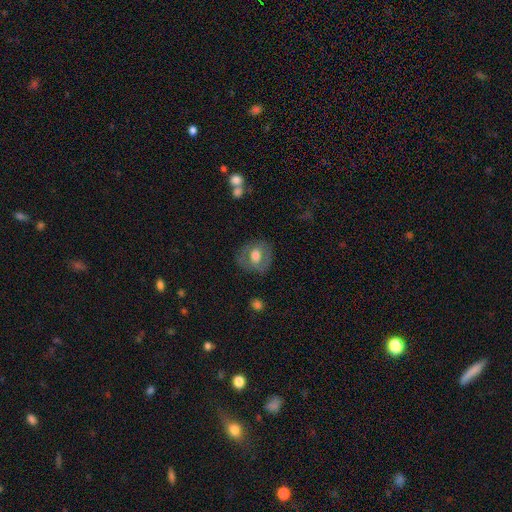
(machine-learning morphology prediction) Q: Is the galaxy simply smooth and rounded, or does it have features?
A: smooth — 51%.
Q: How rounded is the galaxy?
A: round — 65%.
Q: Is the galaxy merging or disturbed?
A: none — 76%.